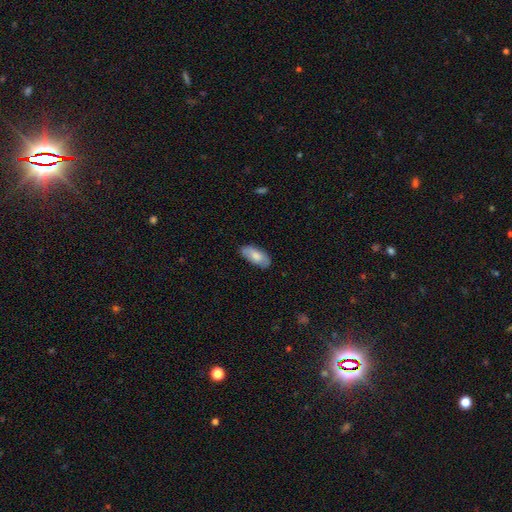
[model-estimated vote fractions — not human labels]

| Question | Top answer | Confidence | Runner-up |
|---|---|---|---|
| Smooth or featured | smooth | 73% | featured or disk (21%) |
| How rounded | in between | 90% | cigar-shaped (7%) |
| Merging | none | 76% | minor disturbance (19%) |